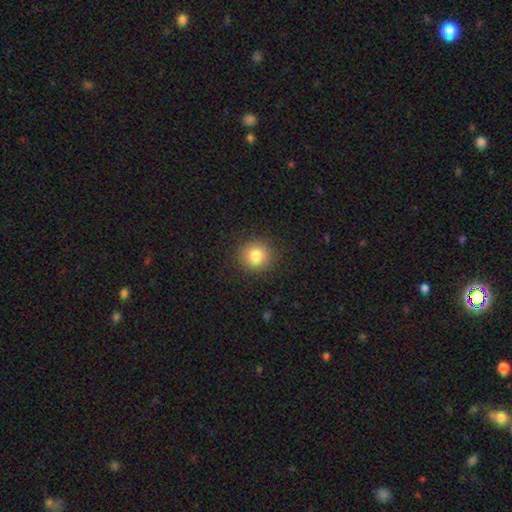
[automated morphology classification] A smooth galaxy with no disk features (84%) that is round (91%).

Vote fractions:
- Smooth or featured? smooth: 84% / star or artifact: 10% / featured or disk: 6%
- How rounded? round: 91% / in between: 9% / cigar-shaped: 1%
- Merging? none: 91% / minor disturbance: 6% / major disturbance: 2% / merger: 1%